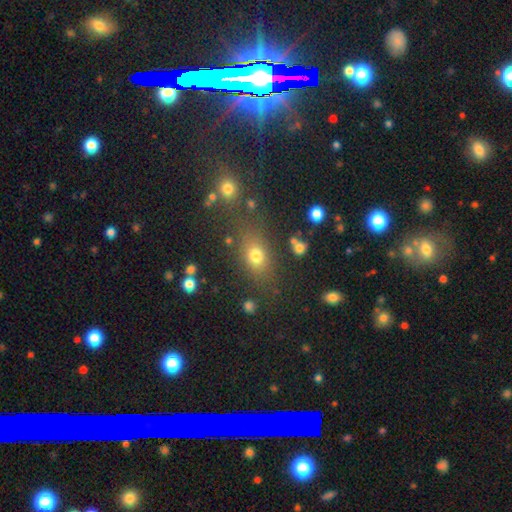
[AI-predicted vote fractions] smooth_or_featured: smooth (p=0.72) [alt: star or artifact p=0.17]
how_rounded: in between (p=0.64) [alt: round p=0.31]
merging: none (p=0.71) [alt: minor disturbance p=0.14]